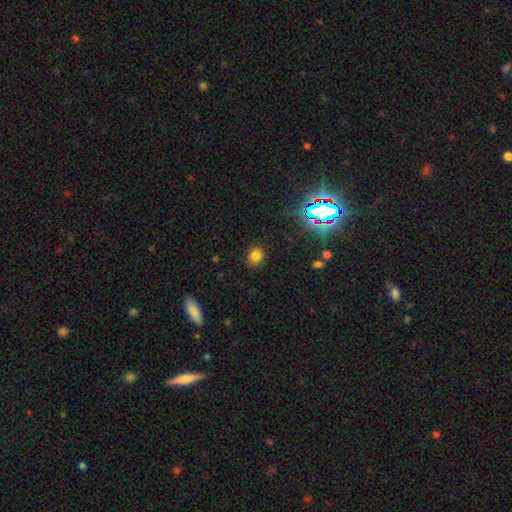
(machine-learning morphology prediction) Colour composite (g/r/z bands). It shows a smooth galaxy with no disk features (76%) that is round (66%). Merging: none (88%).